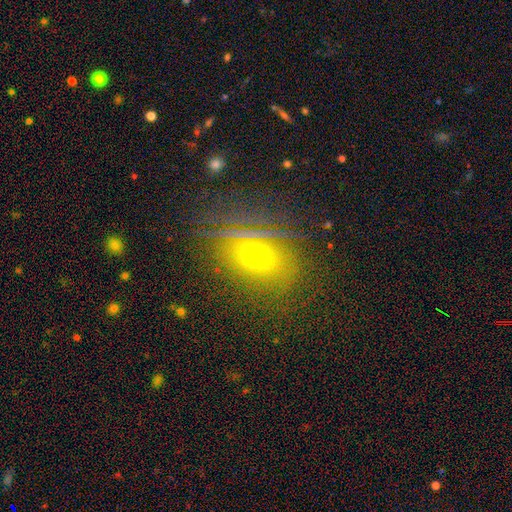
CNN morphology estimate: smooth-or-featured: smooth: 52% | star or artifact: 26% | featured or disk: 21%
  how-rounded: in between: 63% | round: 33% | cigar-shaped: 4%
  merging: none: 80% | minor disturbance: 13% | major disturbance: 5% | merger: 3%